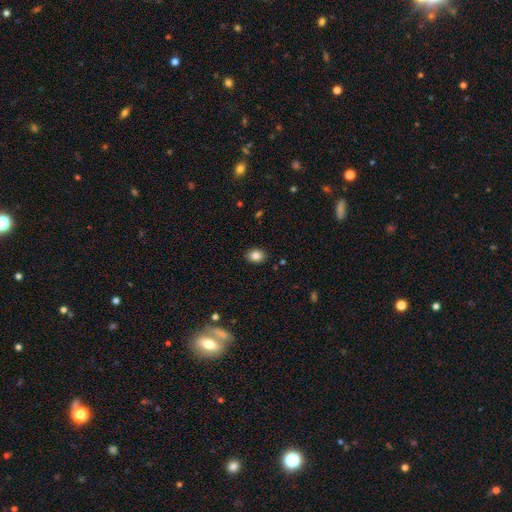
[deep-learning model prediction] This is clearly a smooth galaxy (84%). How rounded: likely in between (63%). Merging: clearly none (89%).